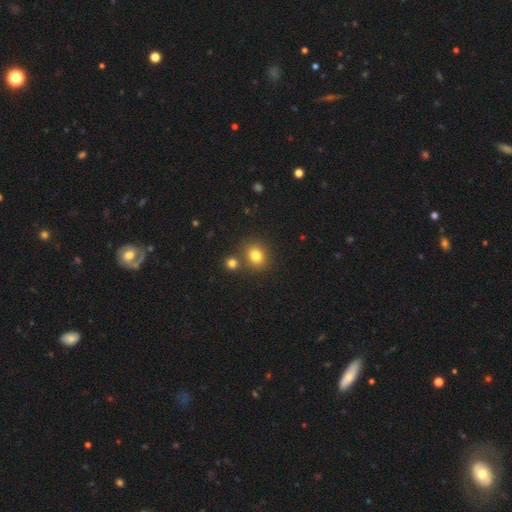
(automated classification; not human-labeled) This appears to be a smooth galaxy with no disk features (80%) that is round (74%). Merging: none (74%).